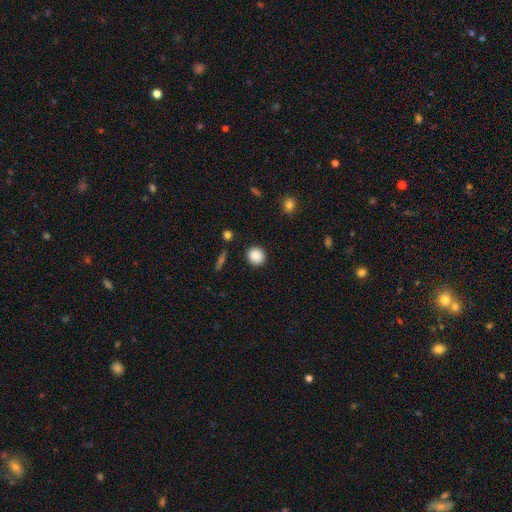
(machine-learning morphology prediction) Smooth or featured? Predicted: smooth (p=0.87). How rounded? Predicted: round (p=0.88). Merging? Predicted: none (p=0.90).